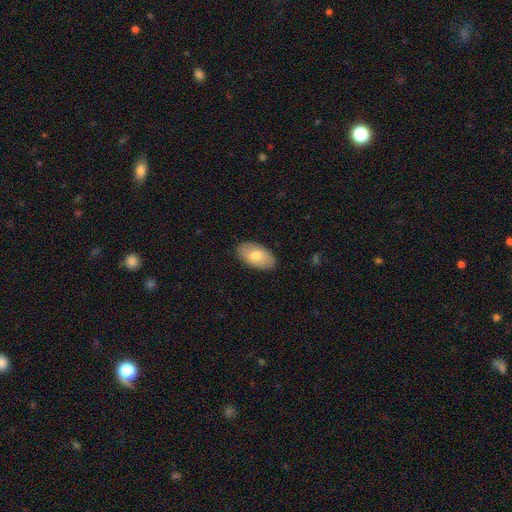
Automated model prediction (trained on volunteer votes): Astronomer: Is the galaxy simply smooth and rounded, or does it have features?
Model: smooth — 73%.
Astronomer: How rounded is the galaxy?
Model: in between — 95%.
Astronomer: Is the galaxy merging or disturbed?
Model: none — 87%.